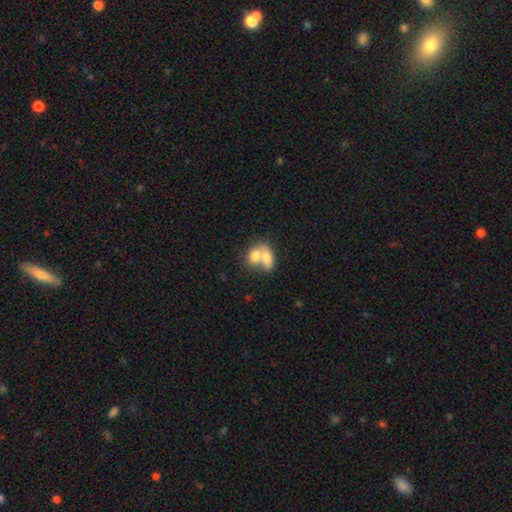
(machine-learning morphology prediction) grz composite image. It shows a smooth galaxy with no disk features (73%) that is in between round and cigar-shaped (73%). Merging: merger (74%).